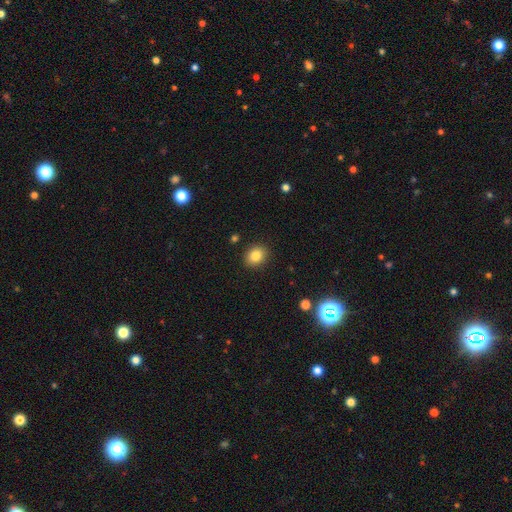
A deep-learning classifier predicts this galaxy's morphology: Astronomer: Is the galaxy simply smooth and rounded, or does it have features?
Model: smooth — 84%.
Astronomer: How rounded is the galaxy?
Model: round — 56% (runner-up: in between, 43%).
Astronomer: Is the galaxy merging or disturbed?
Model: none — 89%.